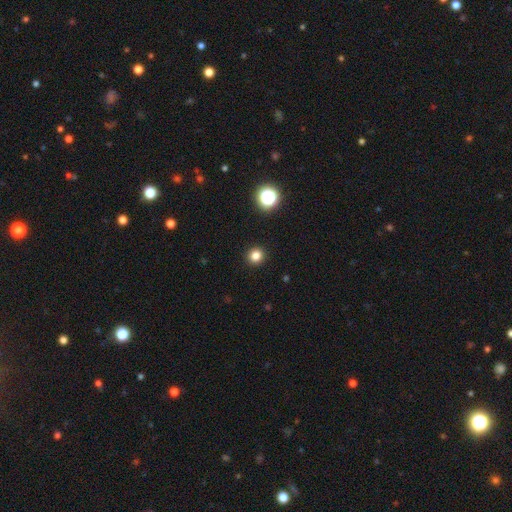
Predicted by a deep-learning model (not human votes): This appears to be a smooth galaxy with no disk features (81%) that is round (93%). Merging: none (93%).